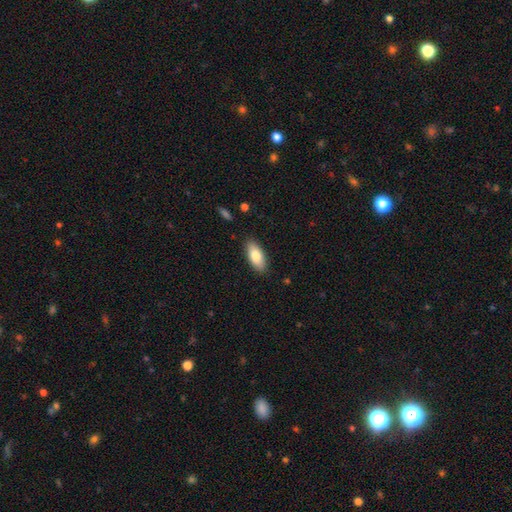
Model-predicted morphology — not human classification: smooth-or-featured: smooth: 79% | featured or disk: 15% | star or artifact: 6%
  how-rounded: in between: 87% | cigar-shaped: 11% | round: 2%
  merging: none: 87% | minor disturbance: 10% | major disturbance: 2% | merger: 1%